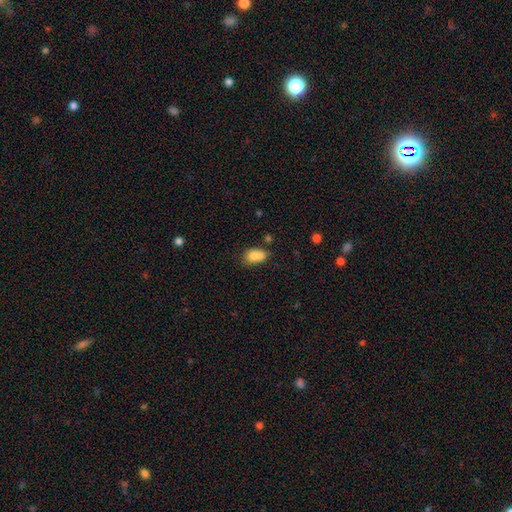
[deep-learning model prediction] The model was most divided on "merging": merger: 52%, none: 31%, minor disturbance: 13%, major disturbance: 5%. More confident: smooth or featured — smooth (75%); how rounded — in between (72%).